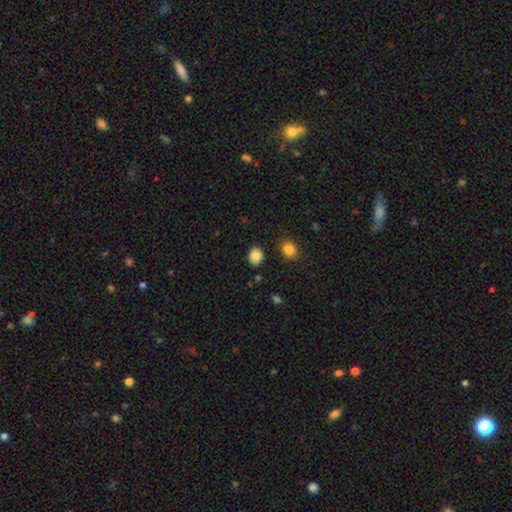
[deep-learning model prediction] Q: Smooth or featured?
A: smooth (87%); runner-up: star or artifact (9%)
Q: How rounded?
A: round (53%); runner-up: in between (46%)
Q: Merging?
A: none (83%); runner-up: minor disturbance (11%)